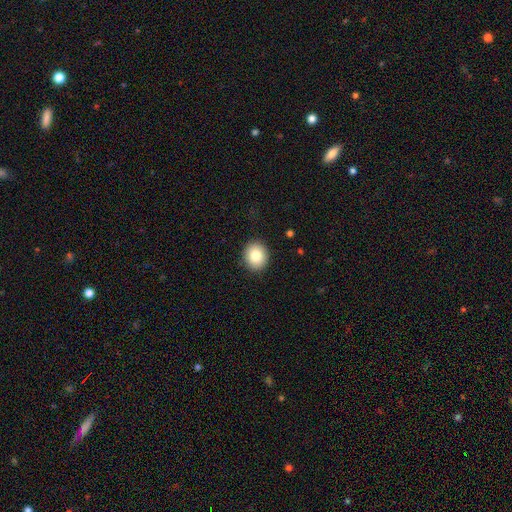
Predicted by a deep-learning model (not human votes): This appears to be a smooth galaxy with no disk features (83%) that is round (71%). Merging: none (90%).